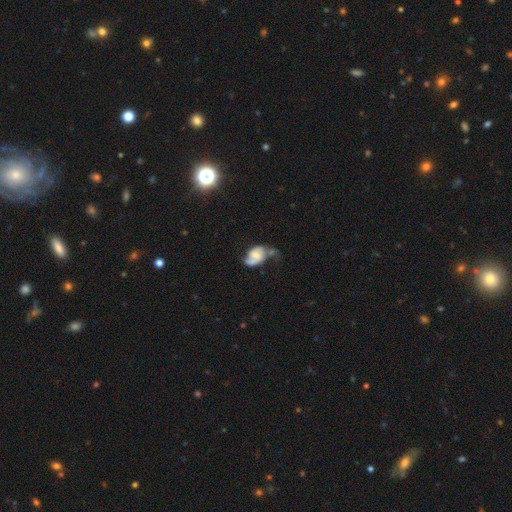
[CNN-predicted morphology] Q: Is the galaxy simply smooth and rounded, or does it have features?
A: featured or disk — 59%.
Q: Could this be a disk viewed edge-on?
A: no — 97%.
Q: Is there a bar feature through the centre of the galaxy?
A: no — 57%.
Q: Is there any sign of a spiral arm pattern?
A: yes — 82%.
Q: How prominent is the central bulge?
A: small — 41%.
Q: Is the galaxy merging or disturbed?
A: none — 30%.